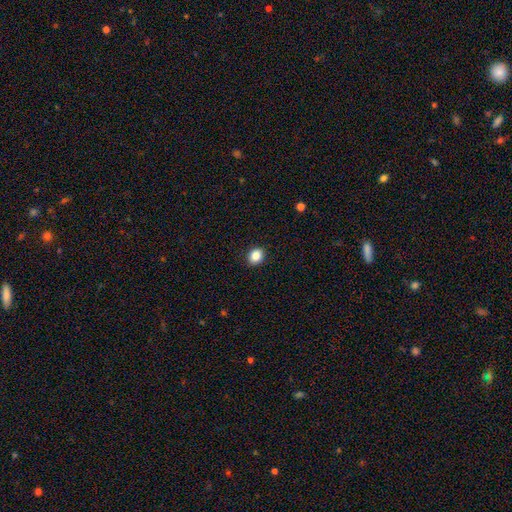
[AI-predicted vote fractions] Overall: smooth (86%). How rounded: round (63%; in between 37%). Merging: none (91%).